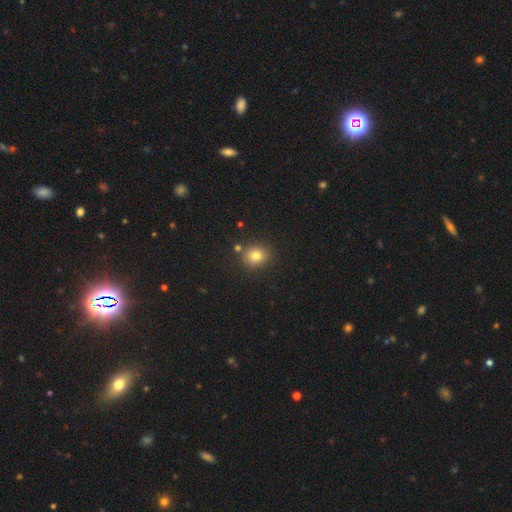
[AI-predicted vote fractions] Q: Smooth or featured?
A: smooth (80%); runner-up: star or artifact (13%)
Q: How rounded?
A: round (73%); runner-up: in between (26%)
Q: Merging?
A: none (81%); runner-up: minor disturbance (9%)